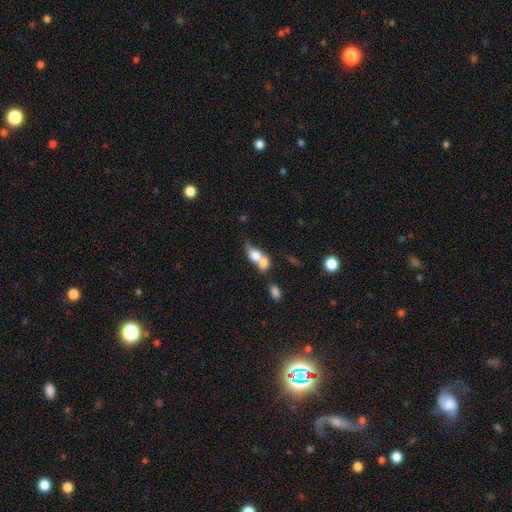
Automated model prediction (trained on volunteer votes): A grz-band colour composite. It shows a smooth galaxy with no disk features (67%) that is in between round and cigar-shaped (60%). Merging: merger (74%).